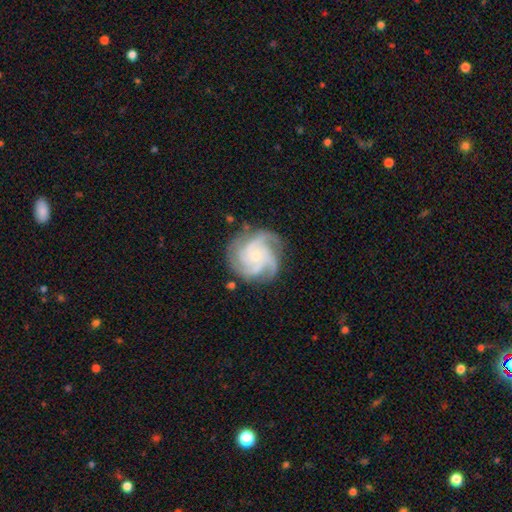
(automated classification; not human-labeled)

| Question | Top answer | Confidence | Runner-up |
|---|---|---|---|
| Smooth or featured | featured or disk | 89% | smooth (6%) |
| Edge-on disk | no | 98% | yes (2%) |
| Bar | no | 78% | weak (18%) |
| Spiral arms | yes | 98% | no (2%) |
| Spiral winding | tight | 55% | medium (39%) |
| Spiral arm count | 4 | 50% | 3 (27%) |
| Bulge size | small | 74% | moderate (21%) |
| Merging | none | 77% | minor disturbance (15%) |